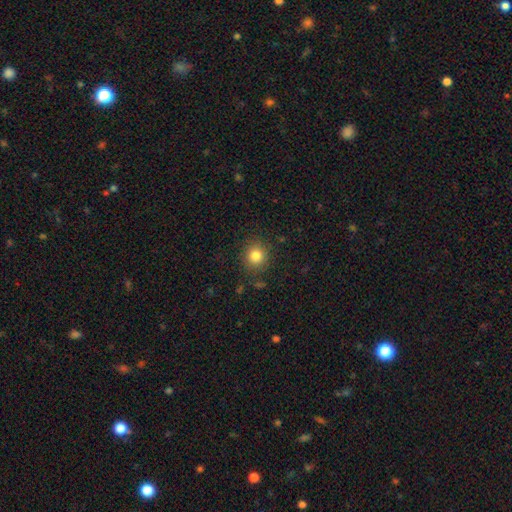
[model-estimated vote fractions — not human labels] Morphology: type=smooth (82%); roundness=round (89%); merging=none (87%).